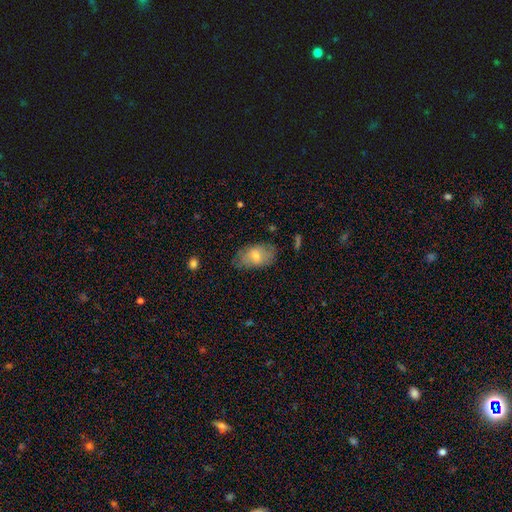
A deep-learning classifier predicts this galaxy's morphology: Q: Smooth or featured?
A: smooth (65%); runner-up: featured or disk (27%)
Q: How rounded?
A: in between (91%); runner-up: round (7%)
Q: Merging?
A: none (71%); runner-up: minor disturbance (22%)